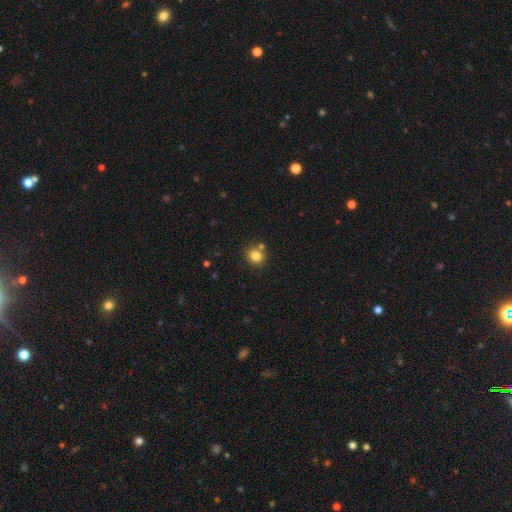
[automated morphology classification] Smooth or featured: smooth — 82% (star or artifact — 11%)
How rounded: round — 75% (in between — 24%)
Merging: none — 71% (merger — 17%)